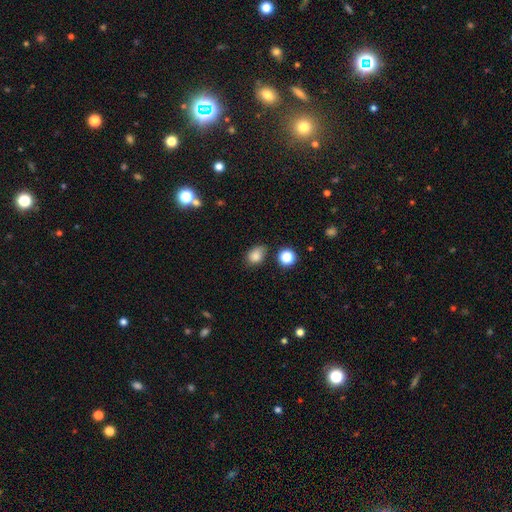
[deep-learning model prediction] Smooth or featured?
  - smooth: 82% *
  - star or artifact: 12%
  - featured or disk: 7%
How rounded?
  - in between: 64% *
  - round: 35%
  - cigar-shaped: 1%
Merging?
  - none: 61% *
  - minor disturbance: 28%
  - major disturbance: 7%
  - merger: 5%